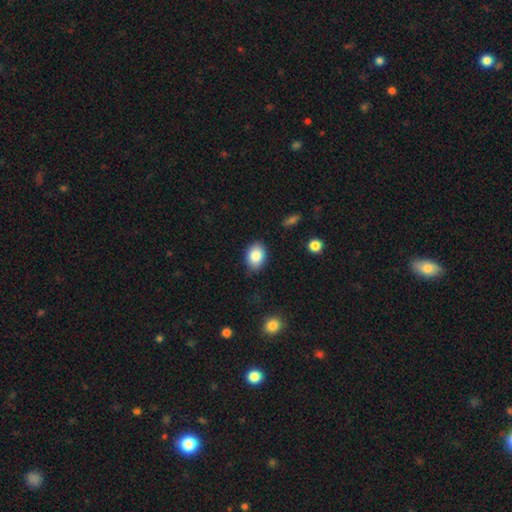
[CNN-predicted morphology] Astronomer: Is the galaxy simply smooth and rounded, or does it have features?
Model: smooth — 86%.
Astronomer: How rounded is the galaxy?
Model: in between — 75%.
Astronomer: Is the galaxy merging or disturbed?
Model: none — 85%.